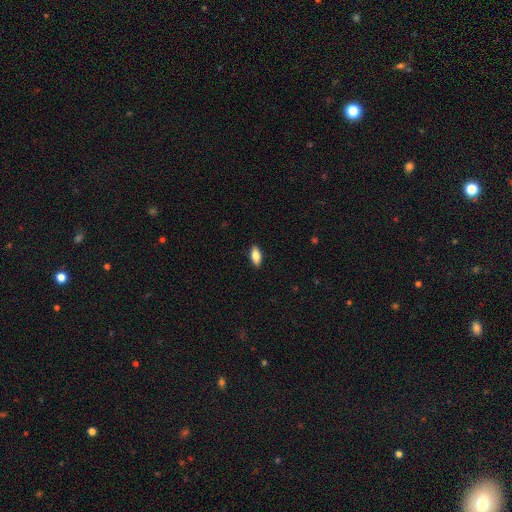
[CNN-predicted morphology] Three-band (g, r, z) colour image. It shows a smooth galaxy with no disk features (83%) that is in between round and cigar-shaped (87%). Merging: none (89%).